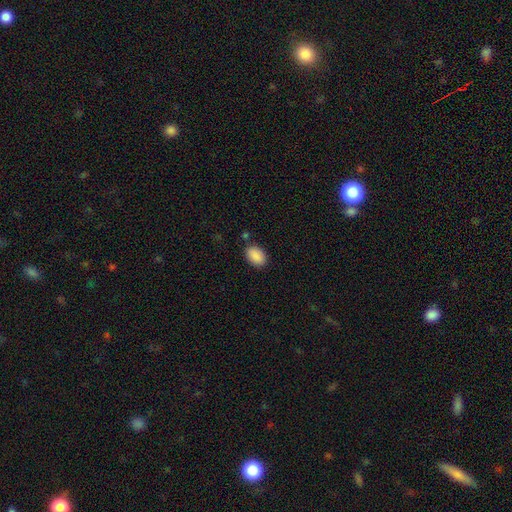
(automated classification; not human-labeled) smooth-or-featured: smooth: 90% | star or artifact: 7% | featured or disk: 3%
  how-rounded: in between: 88% | round: 11% | cigar-shaped: 1%
  merging: none: 83% | minor disturbance: 11% | merger: 3% | major disturbance: 3%